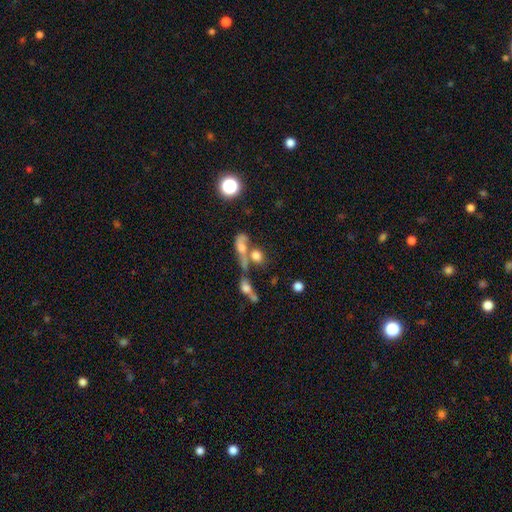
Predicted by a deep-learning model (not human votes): This is likely a smooth galaxy (66%). How rounded: possibly round (53%). Merging: possibly merger (52%).